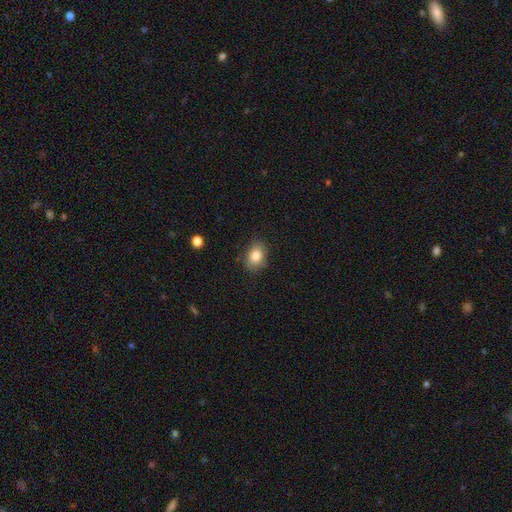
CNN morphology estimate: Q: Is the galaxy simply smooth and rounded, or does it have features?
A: smooth — 83%.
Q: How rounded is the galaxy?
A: in between — 71%.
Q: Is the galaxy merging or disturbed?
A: none — 82%.